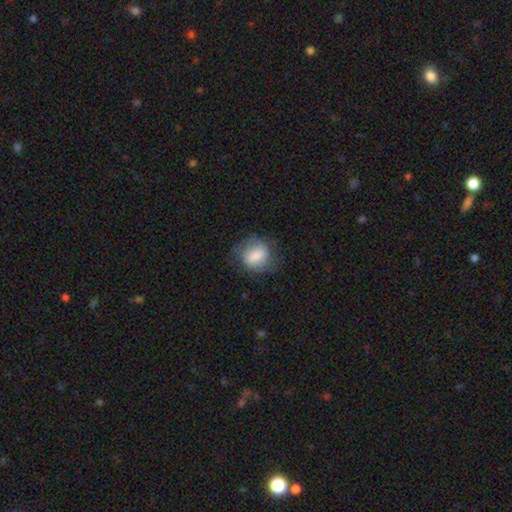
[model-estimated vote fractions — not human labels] Smooth or featured? Predicted: smooth (p=0.73). How rounded? Predicted: round (p=0.59). Merging? Predicted: none (p=0.64).